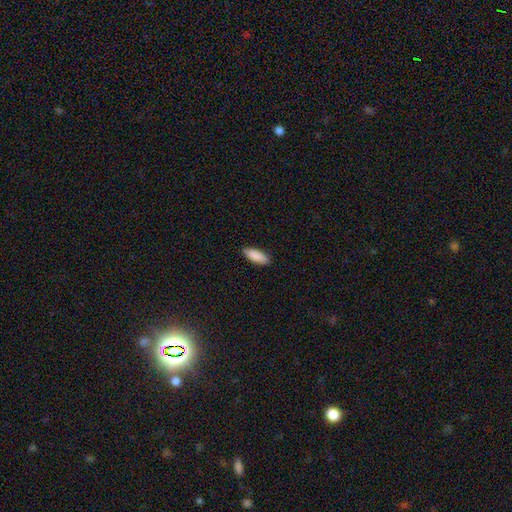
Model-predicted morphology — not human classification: smooth_or_featured: smooth (p=0.90) [alt: star or artifact p=0.06]
how_rounded: in between (p=0.68) [alt: cigar-shaped p=0.30]
merging: none (p=0.89) [alt: minor disturbance p=0.08]